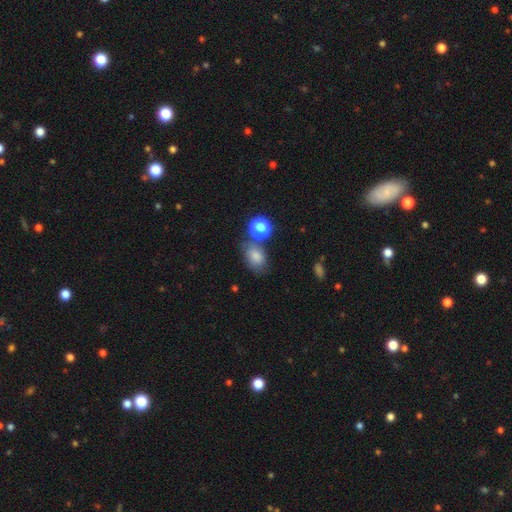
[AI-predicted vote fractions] Smooth or featured? Predicted: smooth (p=0.76). How rounded? Predicted: in between (p=0.72). Merging? Predicted: none (p=0.58).